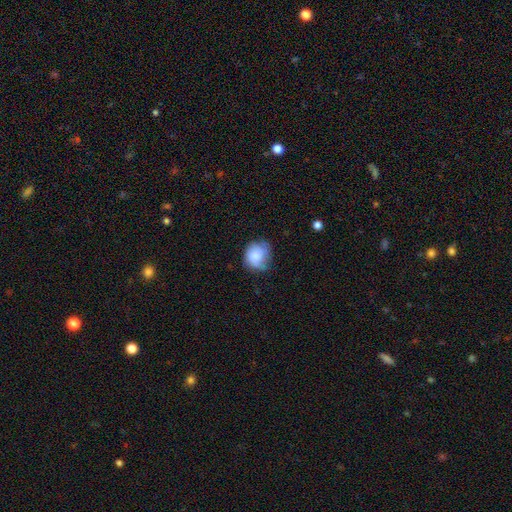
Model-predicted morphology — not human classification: smooth 72%, featured or disk 20%, star or artifact 8%. Down the decision tree: how rounded — round (73%); merging — none (57%).